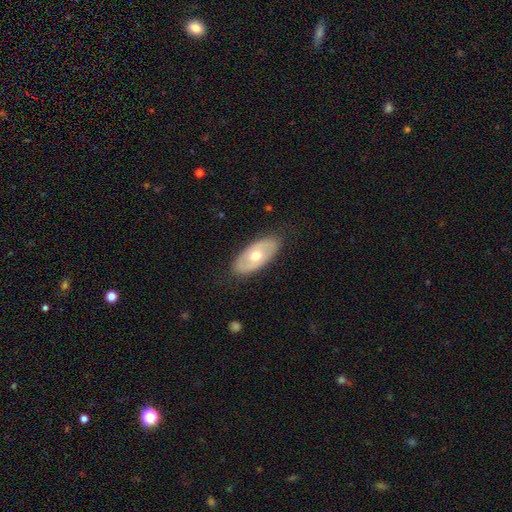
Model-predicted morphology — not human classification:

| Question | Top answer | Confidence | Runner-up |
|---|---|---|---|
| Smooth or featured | featured or disk | 49% | smooth (46%) |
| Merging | none | 83% | minor disturbance (13%) |